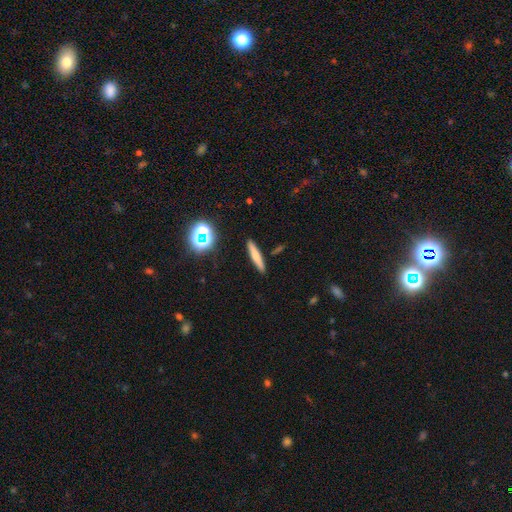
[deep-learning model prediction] Morphology: type=smooth (62%); roundness=cigar-shaped (90%); merging=none (89%).